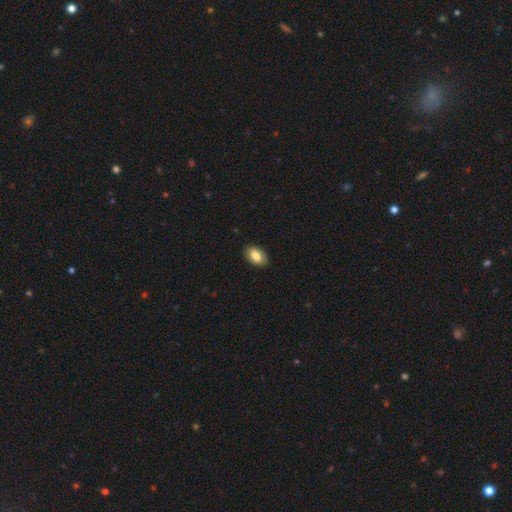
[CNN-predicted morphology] Q: Smooth or featured?
A: smooth (82%); runner-up: featured or disk (11%)
Q: How rounded?
A: in between (90%); runner-up: round (9%)
Q: Merging?
A: none (89%); runner-up: minor disturbance (8%)